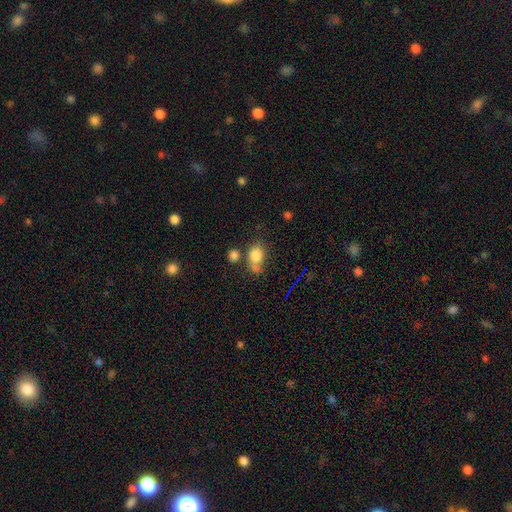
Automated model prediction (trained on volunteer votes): Morphology: type=smooth (81%); roundness=in between (55%); merging=none (45%).